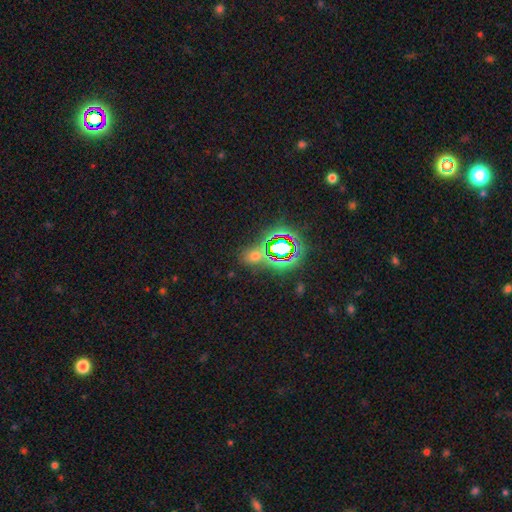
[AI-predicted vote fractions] This is possibly a star or artifact rather than a galaxy (48%).